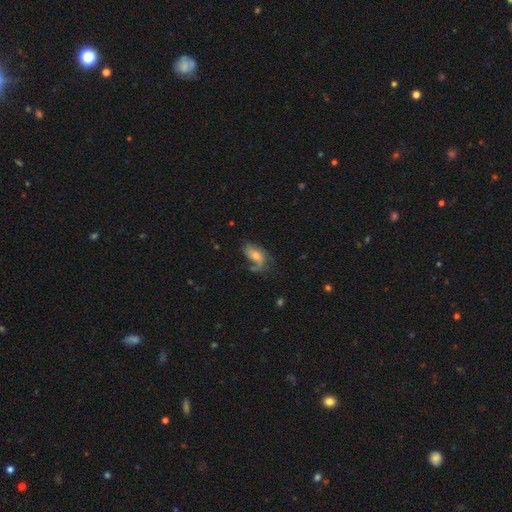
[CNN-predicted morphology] smooth-or-featured: featured or disk: 57% | smooth: 34% | star or artifact: 10%
  disk-edge-on: no: 93% | yes: 7%
    bar: no: 67% | weak: 26% | strong: 7%
    has-spiral-arms: yes: 79% | no: 21%
    bulge-size: moderate: 53% | small: 34% | large: 7% | none: 4% | dominant: 2%
  merging: none: 44% | major disturbance: 28% | minor disturbance: 24% | merger: 5%